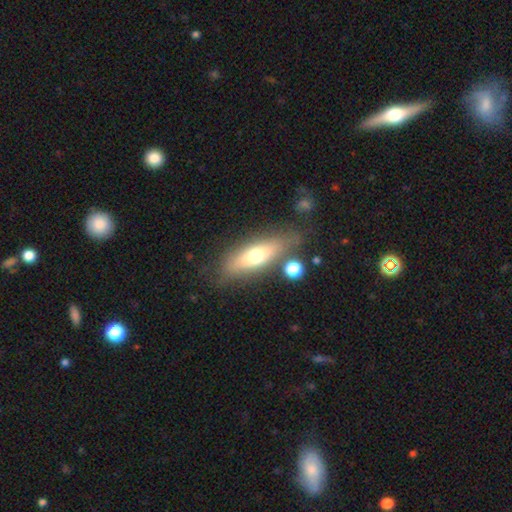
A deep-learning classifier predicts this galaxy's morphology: smooth 58%, featured or disk 34%, star or artifact 7%. Down the decision tree: how rounded — cigar-shaped (49%); merging — none (74%).